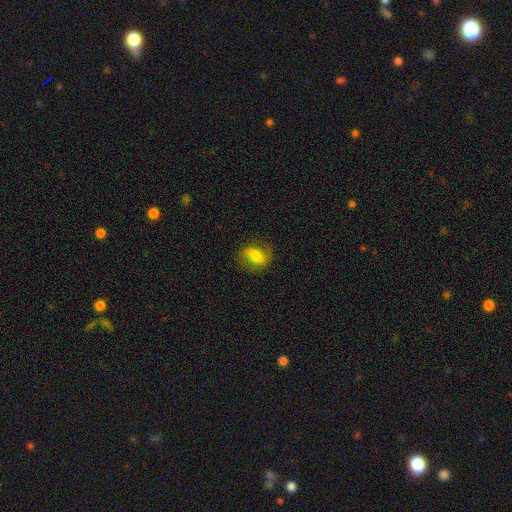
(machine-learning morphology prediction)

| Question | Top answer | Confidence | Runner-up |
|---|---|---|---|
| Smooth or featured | featured or disk | 46% | smooth (45%) |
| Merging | none | 75% | minor disturbance (17%) |